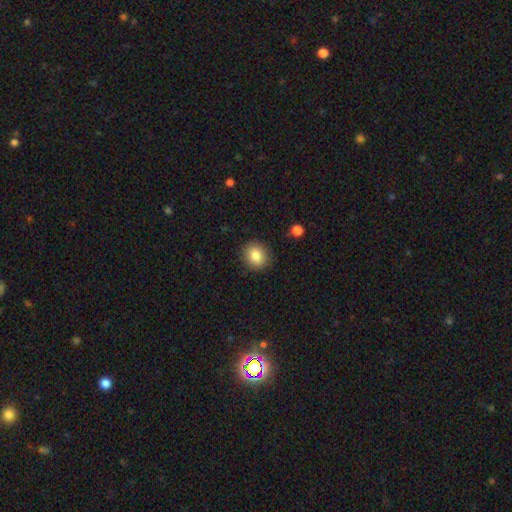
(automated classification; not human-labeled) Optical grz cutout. It shows a smooth galaxy with no disk features (83%) that is round (76%). Merging: none (89%).